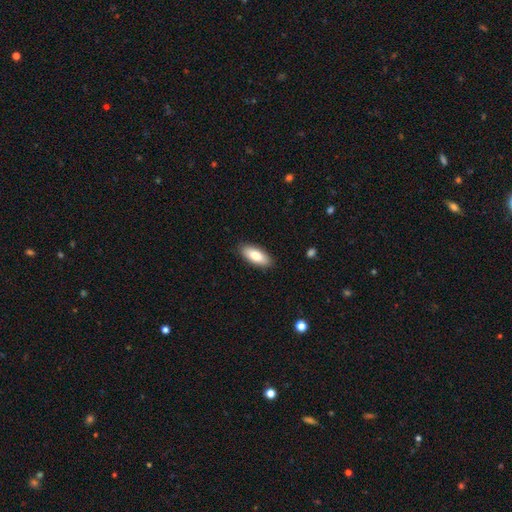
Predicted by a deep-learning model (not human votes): Smooth or featured: smooth — 81% (featured or disk — 13%)
How rounded: in between — 78% (cigar-shaped — 20%)
Merging: none — 88% (minor disturbance — 9%)